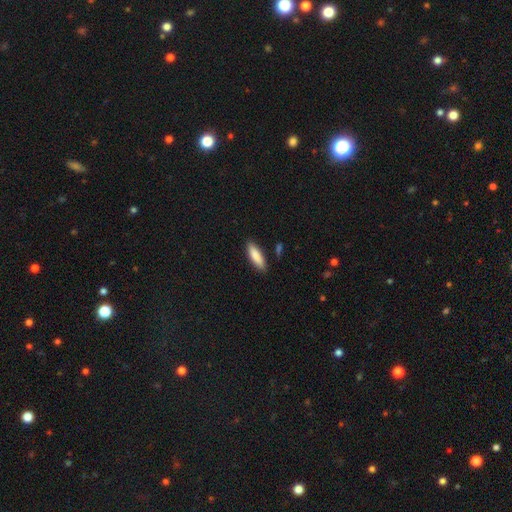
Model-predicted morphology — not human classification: This appears to be a smooth galaxy with no disk features (86%) that is cigar-shaped (52%). Merging: none (87%).